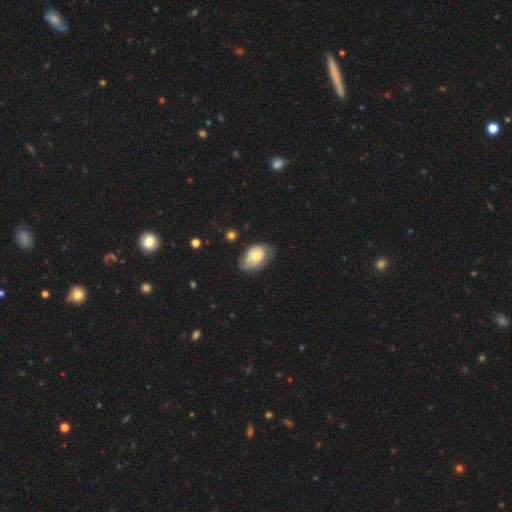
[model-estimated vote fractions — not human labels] Q: Smooth or featured?
A: smooth (56%); runner-up: featured or disk (38%)
Q: How rounded?
A: in between (87%); runner-up: round (12%)
Q: Merging?
A: none (60%); runner-up: minor disturbance (30%)